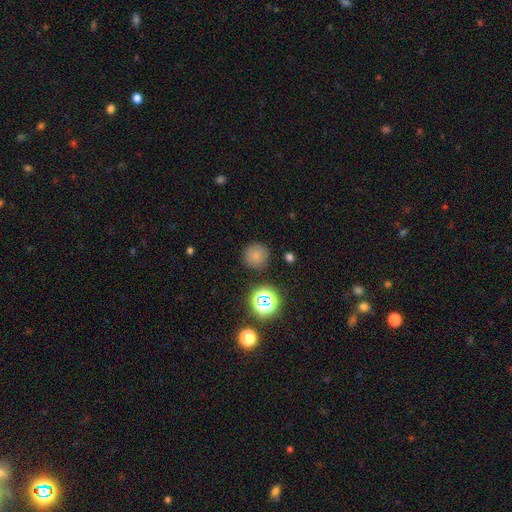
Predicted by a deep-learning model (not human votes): The model was most divided on "smooth or featured": smooth: 75%, star or artifact: 18%, featured or disk: 7%. More confident: how rounded — round (94%); merging — none (86%).